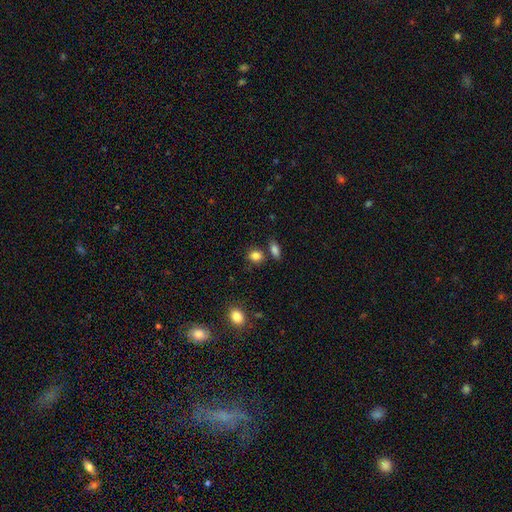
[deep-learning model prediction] The model was most divided on "how rounded": round: 54%, in between: 44%, cigar-shaped: 2%. More confident: smooth or featured — smooth (84%); merging — none (72%).